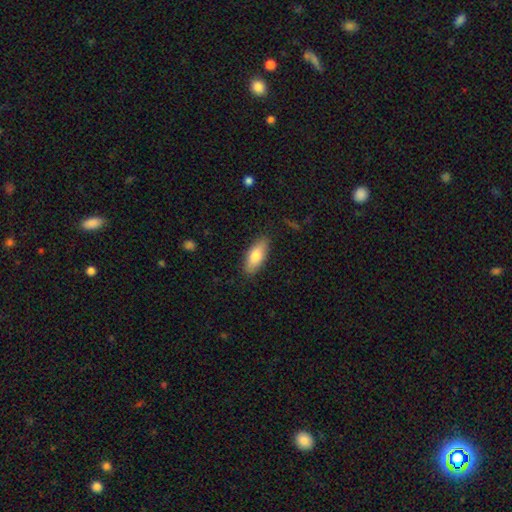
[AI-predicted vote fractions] Morphology: type=smooth (77%); roundness=in between (76%); merging=none (86%).